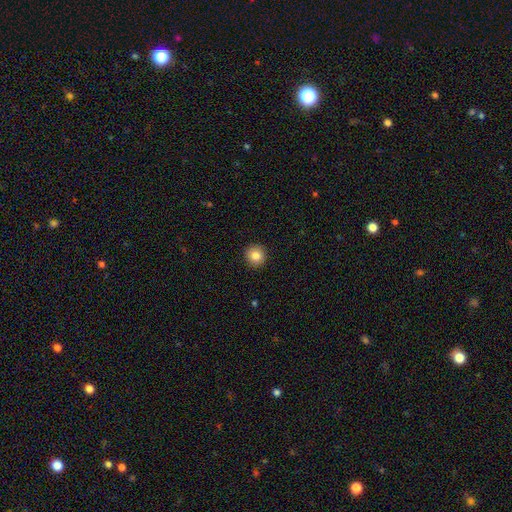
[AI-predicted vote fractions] This is clearly a smooth galaxy (84%). How rounded: clearly round (94%). Merging: clearly none (93%).